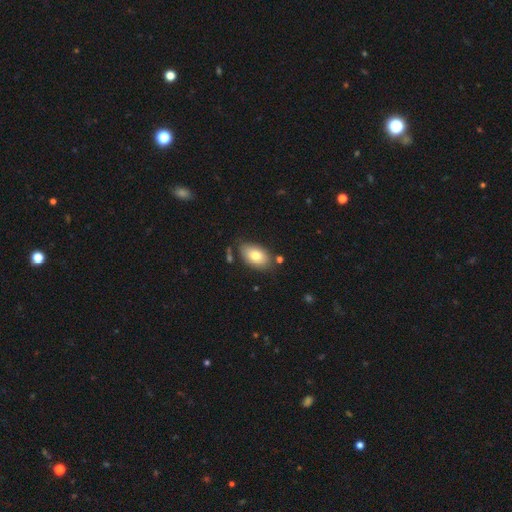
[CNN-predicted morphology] Smooth or featured: smooth — 75% (featured or disk — 17%)
How rounded: in between — 91% (round — 8%)
Merging: none — 71% (minor disturbance — 19%)